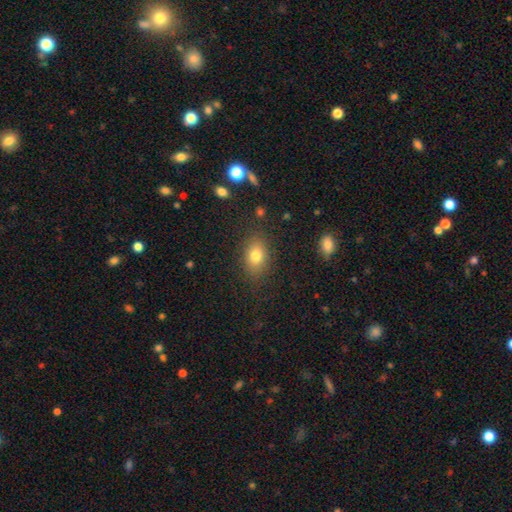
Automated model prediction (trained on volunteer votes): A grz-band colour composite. It shows a smooth galaxy with no disk features (78%) that is in between round and cigar-shaped (75%). Merging: none (84%).